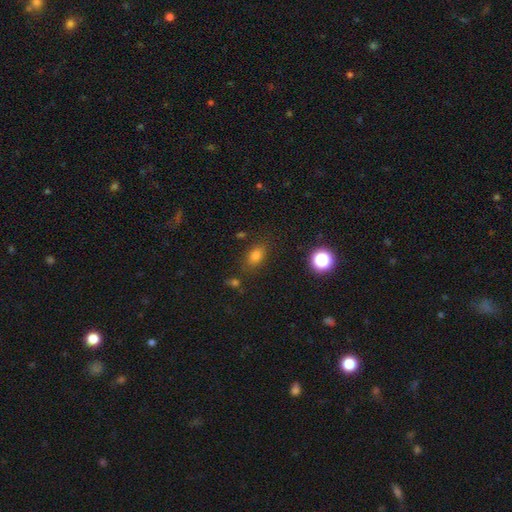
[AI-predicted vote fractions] Q: Smooth or featured?
A: smooth (77%); runner-up: star or artifact (15%)
Q: How rounded?
A: in between (77%); runner-up: round (20%)
Q: Merging?
A: none (80%); runner-up: minor disturbance (13%)